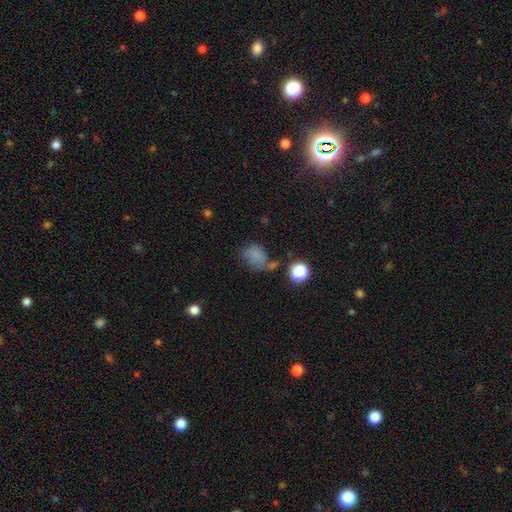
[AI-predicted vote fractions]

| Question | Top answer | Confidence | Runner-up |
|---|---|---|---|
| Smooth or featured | smooth | 72% | star or artifact (17%) |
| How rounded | in between | 62% | round (37%) |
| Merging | none | 48% | minor disturbance (26%) |